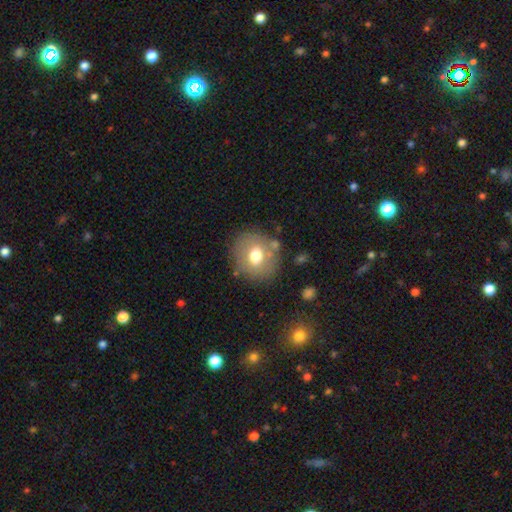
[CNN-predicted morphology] Smooth or featured? Predicted: smooth (p=0.66). How rounded? Predicted: round (p=0.76). Merging? Predicted: none (p=0.76).